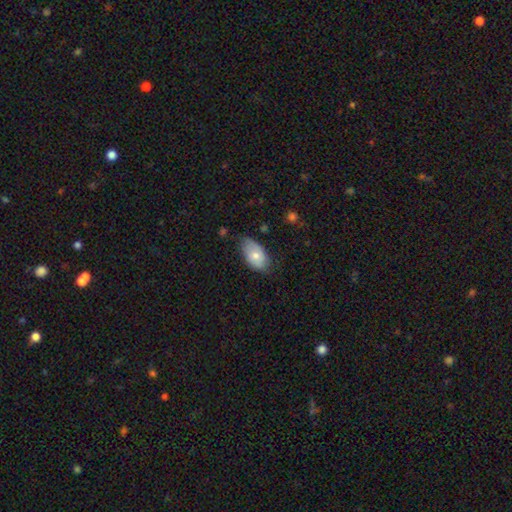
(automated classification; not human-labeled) Smooth or featured? smooth (73%)
How rounded? in between (92%)
Merging? none (64%)